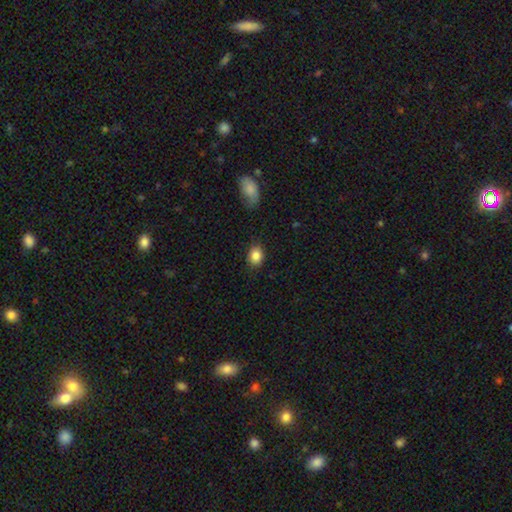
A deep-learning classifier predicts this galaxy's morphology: Smooth or featured?
  - smooth: 85% *
  - star or artifact: 9%
  - featured or disk: 6%
How rounded?
  - in between: 58% *
  - round: 41%
  - cigar-shaped: 1%
Merging?
  - none: 81% *
  - minor disturbance: 14%
  - major disturbance: 3%
  - merger: 1%